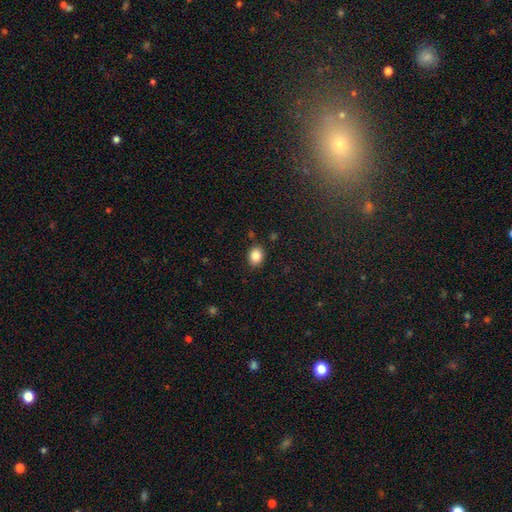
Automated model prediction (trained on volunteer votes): Morphology: type=smooth (85%); roundness=round (50%); merging=none (87%).